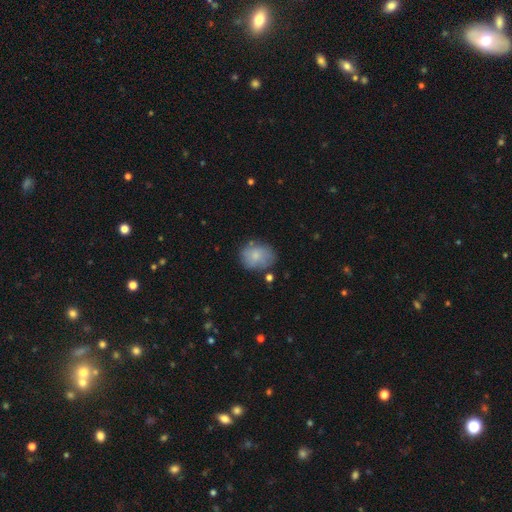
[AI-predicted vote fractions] This appears to be a smooth galaxy with no disk features (74%) that is round (52%). Merging: none (62%).